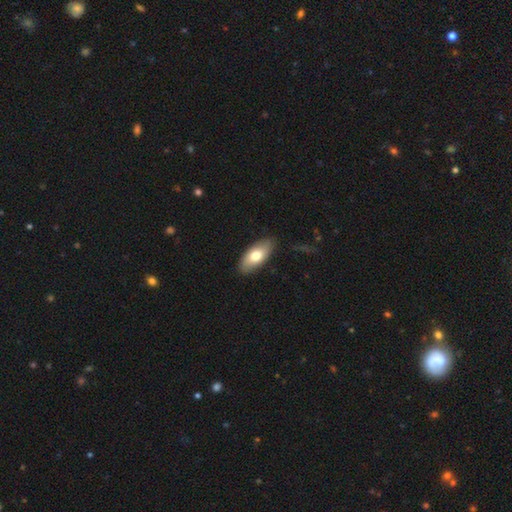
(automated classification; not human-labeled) Smooth or featured? Predicted: smooth (p=0.73). How rounded? Predicted: in between (p=0.87). Merging? Predicted: none (p=0.87).